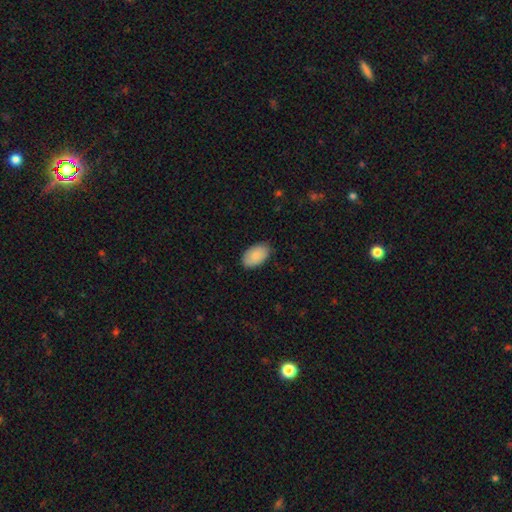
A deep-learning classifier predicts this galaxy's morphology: smooth_or_featured: smooth (p=0.87) [alt: featured or disk p=0.07]
how_rounded: in between (p=0.94) [alt: round p=0.05]
merging: none (p=0.83) [alt: minor disturbance p=0.13]